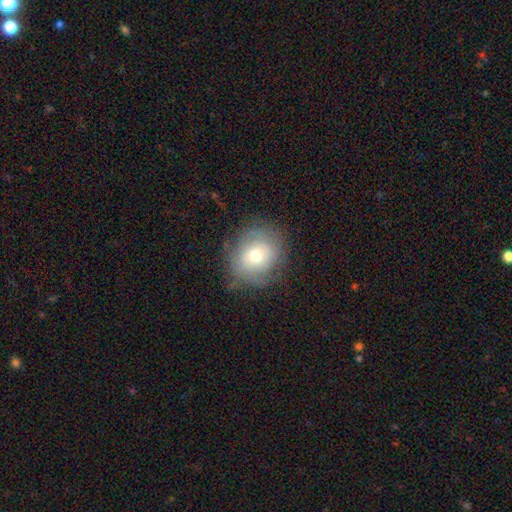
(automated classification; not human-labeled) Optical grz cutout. It shows a smooth galaxy with no disk features (56%) that is round (71%). Merging: none (71%).